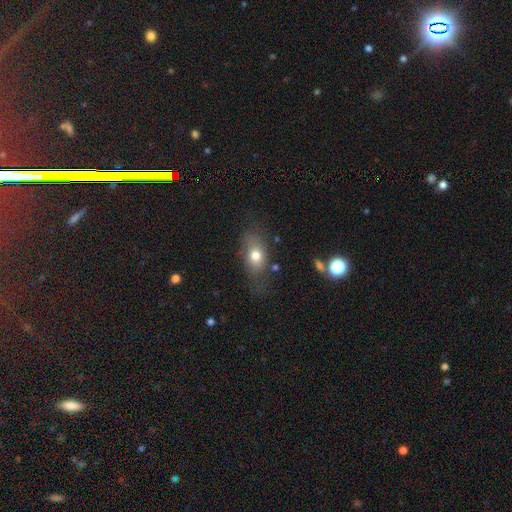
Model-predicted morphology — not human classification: A smooth galaxy with no disk features (73%) that is in between round and cigar-shaped (78%).

Vote fractions:
- Smooth or featured? smooth: 73% / featured or disk: 17% / star or artifact: 10%
- How rounded? in between: 78% / round: 18% / cigar-shaped: 4%
- Merging? none: 63% / minor disturbance: 23% / major disturbance: 12% / merger: 3%